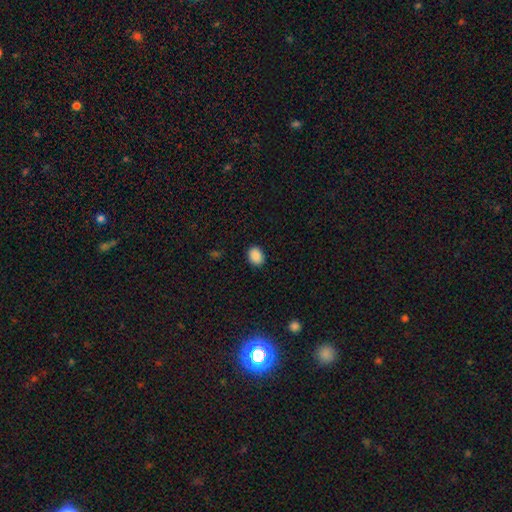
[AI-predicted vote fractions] Smooth or featured: smooth — 89% (star or artifact — 9%)
How rounded: in between — 62% (round — 37%)
Merging: none — 88% (minor disturbance — 9%)